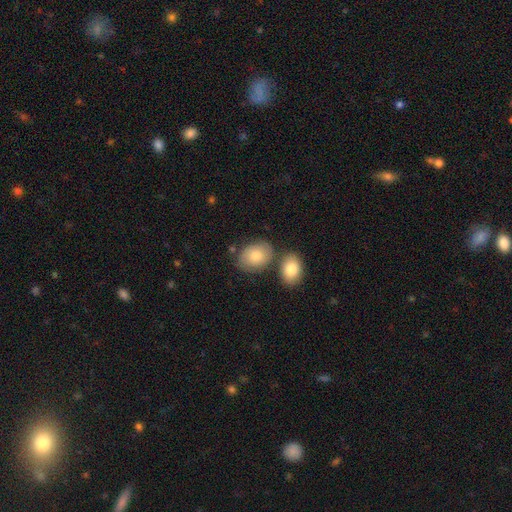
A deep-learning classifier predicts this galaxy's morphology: Smooth or featured? Predicted: smooth (p=0.79). How rounded? Predicted: in between (p=0.71). Merging? Predicted: none (p=0.62).